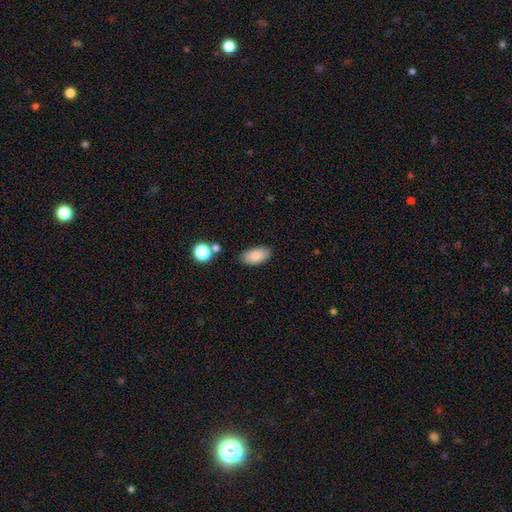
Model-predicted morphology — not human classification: A smooth galaxy with no disk features (86%) that is in between round and cigar-shaped (93%).

Vote fractions:
- Smooth or featured? smooth: 86% / star or artifact: 8% / featured or disk: 6%
- How rounded? in between: 93% / cigar-shaped: 4% / round: 4%
- Merging? none: 81% / minor disturbance: 12% / merger: 3% / major disturbance: 3%